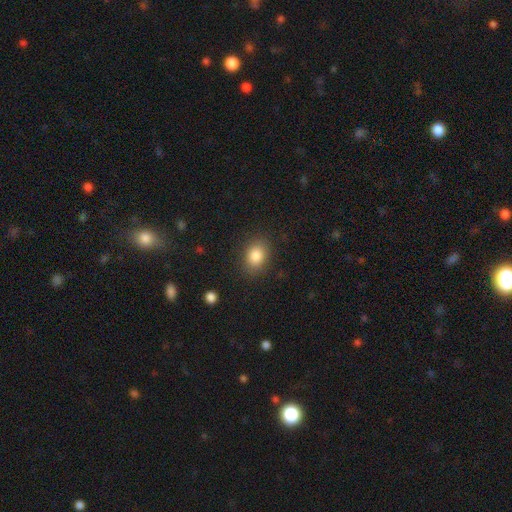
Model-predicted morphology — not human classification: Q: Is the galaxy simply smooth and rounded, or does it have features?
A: smooth — 85%.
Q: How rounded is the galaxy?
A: in between — 67%.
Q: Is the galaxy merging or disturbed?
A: none — 85%.